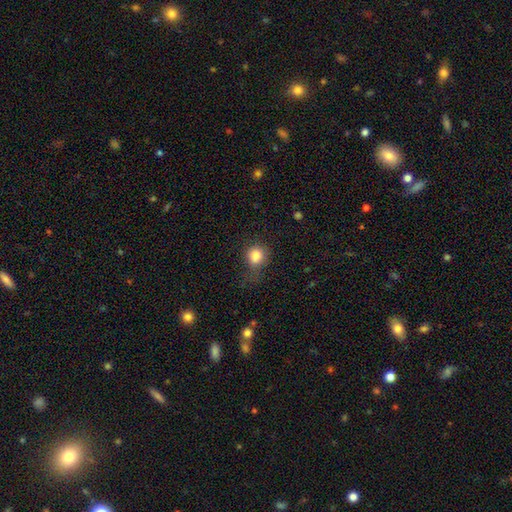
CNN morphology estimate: This is clearly a smooth galaxy (82%). How rounded: clearly round (81%). Merging: possibly none (57%).